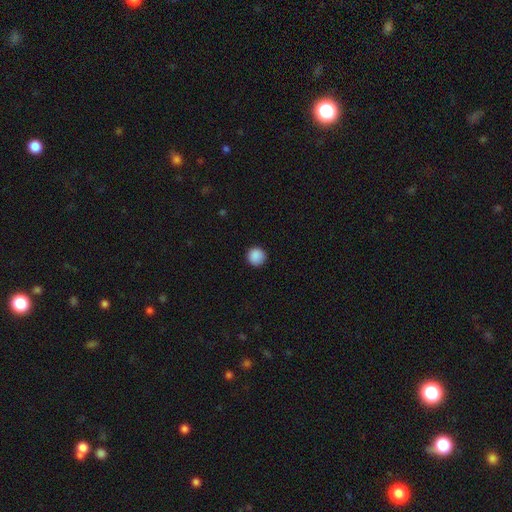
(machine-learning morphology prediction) This is clearly a smooth galaxy (89%). How rounded: clearly round (96%). Merging: clearly none (92%).